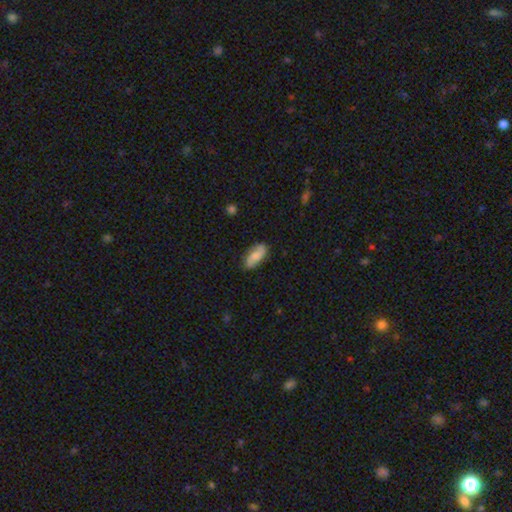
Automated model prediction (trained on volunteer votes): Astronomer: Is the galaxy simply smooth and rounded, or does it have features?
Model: smooth — 59%.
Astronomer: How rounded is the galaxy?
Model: in between — 85%.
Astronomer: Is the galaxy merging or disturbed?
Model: none — 78%.